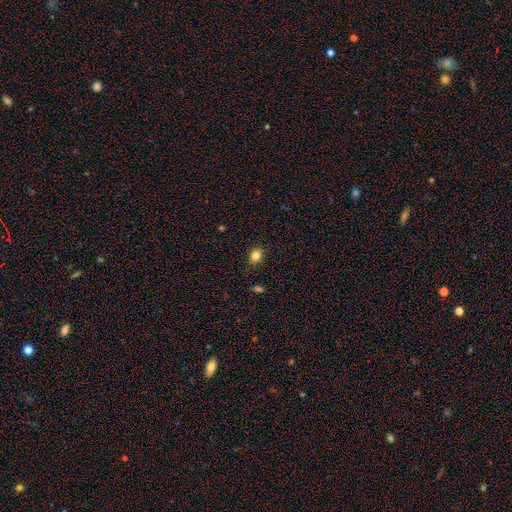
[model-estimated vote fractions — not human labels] A smooth galaxy with no disk features (83%) that is round (56%).

Vote fractions:
- Smooth or featured? smooth: 83% / star or artifact: 12% / featured or disk: 5%
- How rounded? round: 56% / in between: 43% / cigar-shaped: 1%
- Merging? none: 89% / minor disturbance: 8% / major disturbance: 2% / merger: 1%